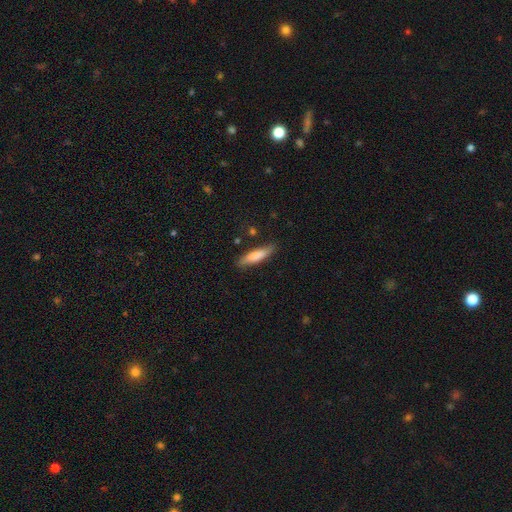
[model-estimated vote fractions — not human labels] smooth 77%, featured or disk 17%, star or artifact 6%. Down the decision tree: how rounded — cigar-shaped (77%); merging — none (82%).